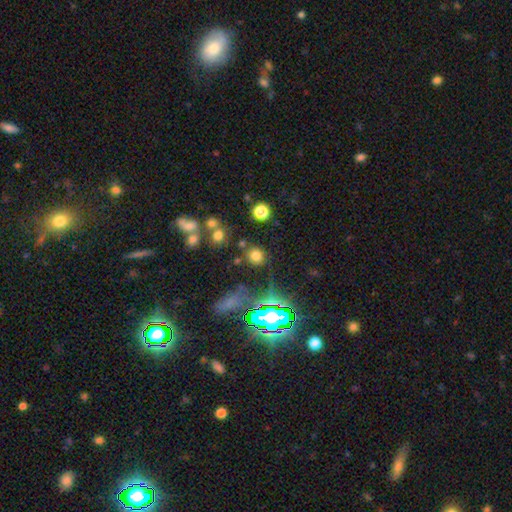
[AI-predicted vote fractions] smooth-or-featured: smooth: 71% | star or artifact: 22% | featured or disk: 7%
  how-rounded: round: 83% | in between: 16% | cigar-shaped: 1%
  merging: none: 78% | minor disturbance: 10% | merger: 7% | major disturbance: 4%